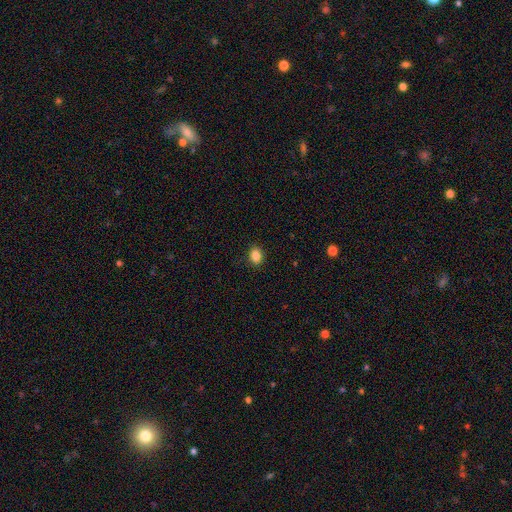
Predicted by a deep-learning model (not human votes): Smooth or featured? Predicted: smooth (p=0.86). How rounded? Predicted: in between (p=0.58). Merging? Predicted: none (p=0.89).